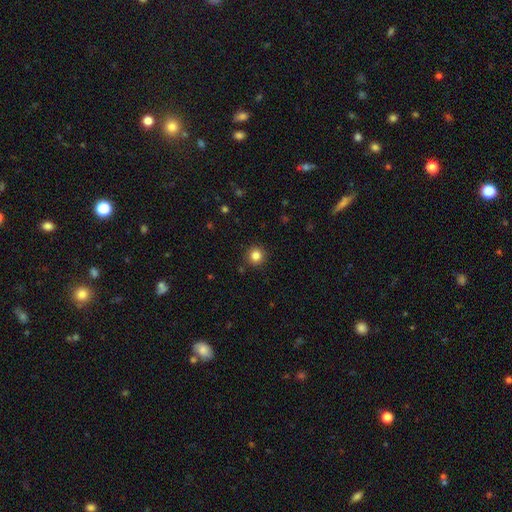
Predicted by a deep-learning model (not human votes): smooth 84%, star or artifact 11%, featured or disk 5%. Down the decision tree: how rounded — round (94%); merging — none (91%).